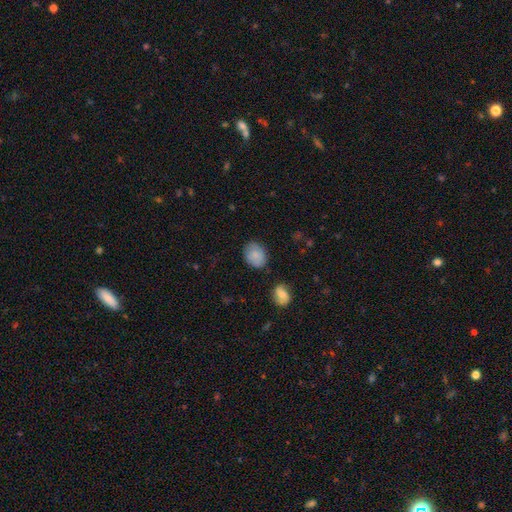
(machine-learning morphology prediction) Smooth or featured? smooth (82%)
How rounded? in between (54%)
Merging? none (79%)